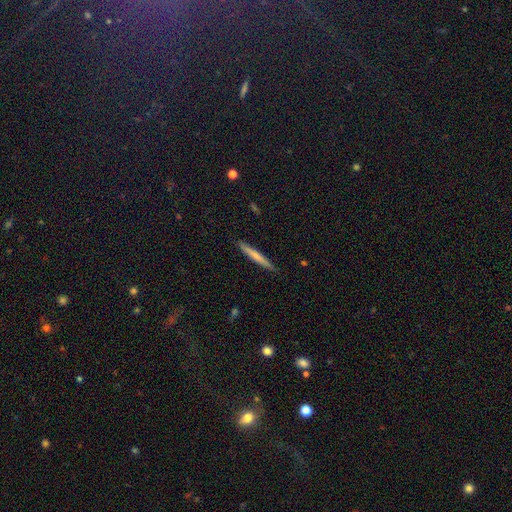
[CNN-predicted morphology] smooth_or_featured: smooth (p=0.65) [alt: featured or disk p=0.30]
how_rounded: cigar-shaped (p=0.96) [alt: in between p=0.03]
merging: none (p=0.91) [alt: minor disturbance p=0.07]